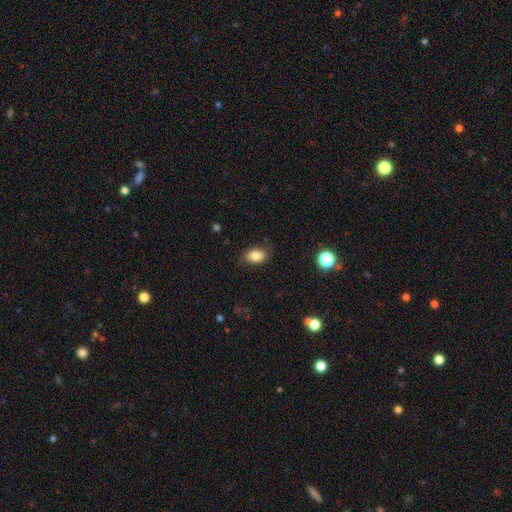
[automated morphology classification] Smooth or featured? smooth (84%)
How rounded? in between (85%)
Merging? none (81%)